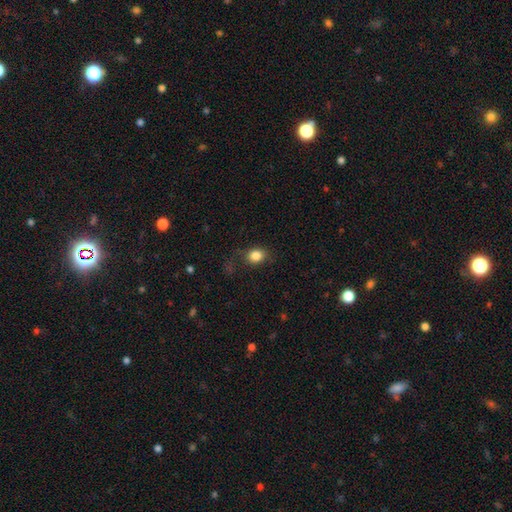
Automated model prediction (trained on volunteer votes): smooth 84%, star or artifact 10%, featured or disk 7%. Down the decision tree: how rounded — round (51%); merging — none (69%).